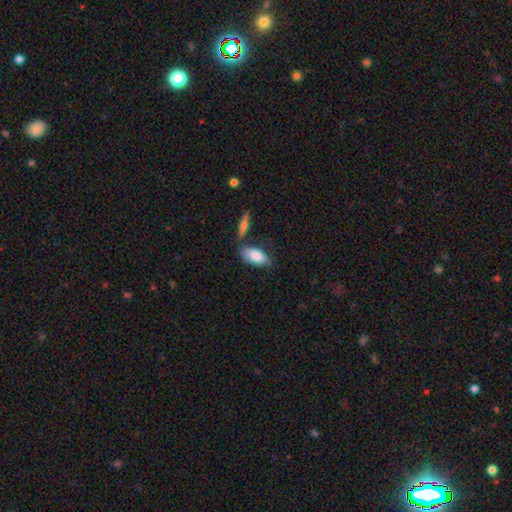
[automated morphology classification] smooth_or_featured: smooth (p=0.82) [alt: featured or disk p=0.12]
how_rounded: in between (p=0.91) [alt: cigar-shaped p=0.07]
merging: none (p=0.62) [alt: minor disturbance p=0.19]